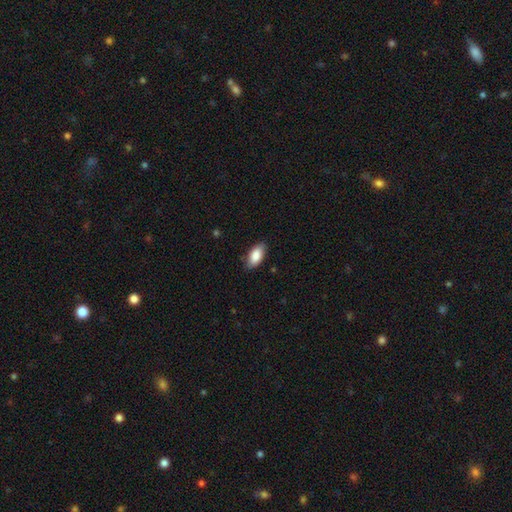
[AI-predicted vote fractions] A smooth galaxy with no disk features (85%) that is in between round and cigar-shaped (91%).

Vote fractions:
- Smooth or featured? smooth: 85% / featured or disk: 9% / star or artifact: 6%
- How rounded? in between: 91% / cigar-shaped: 6% / round: 2%
- Merging? none: 83% / minor disturbance: 13% / major disturbance: 2% / merger: 1%